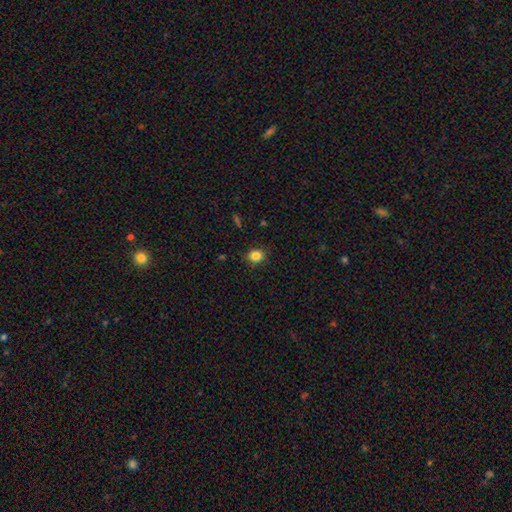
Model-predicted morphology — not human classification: smooth-or-featured: smooth: 84% | star or artifact: 11% | featured or disk: 5%
  how-rounded: round: 74% | in between: 25% | cigar-shaped: 1%
  merging: none: 87% | minor disturbance: 10% | major disturbance: 2% | merger: 1%